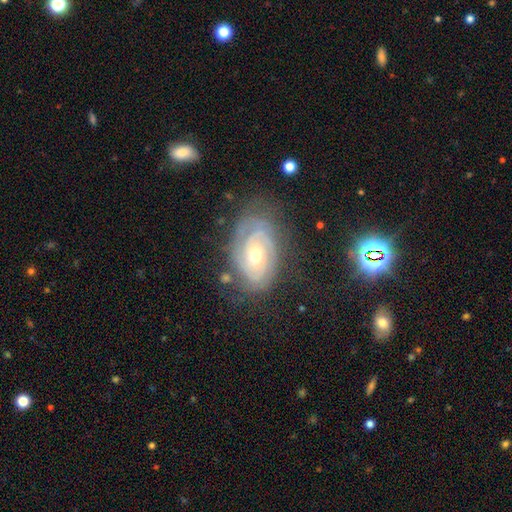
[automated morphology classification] Overall: featured or disk (81%). Edge-on disk: no (95%). Bar: no (72%). Spiral arms: yes (90%). Spiral arm count: can't tell (37%; 2 35%). Spiral winding: tight (72%). Bulge size: moderate (60%; small 36%). Merging: none (68%).